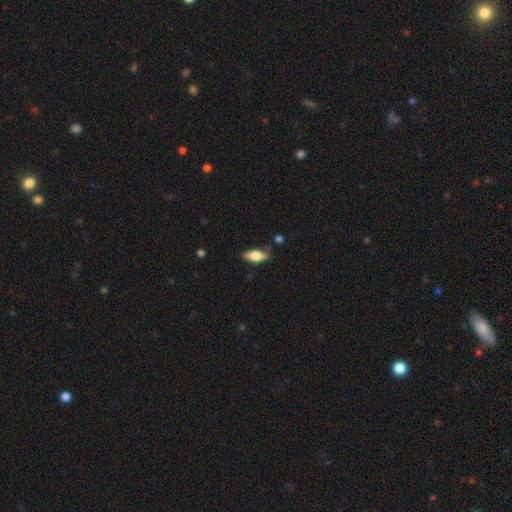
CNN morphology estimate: type=smooth (64%); roundness=in between (74%); merging=none (75%).